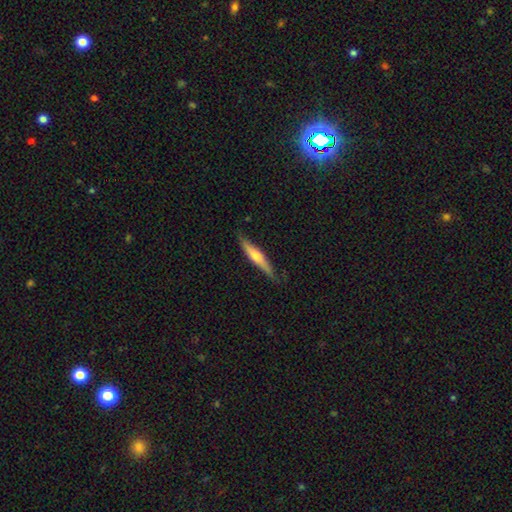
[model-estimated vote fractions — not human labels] This appears to be a featured or disk galaxy (49%). Merging: none (82%).